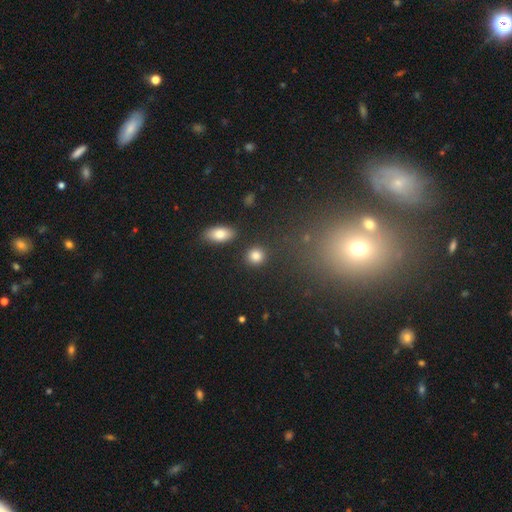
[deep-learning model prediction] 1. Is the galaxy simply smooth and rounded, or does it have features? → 85% smooth, 10% star or artifact, 5% featured or disk.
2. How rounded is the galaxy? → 85% round, 14% in between, 1% cigar-shaped.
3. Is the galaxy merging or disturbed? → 86% none, 7% minor disturbance, 4% merger, 3% major disturbance.